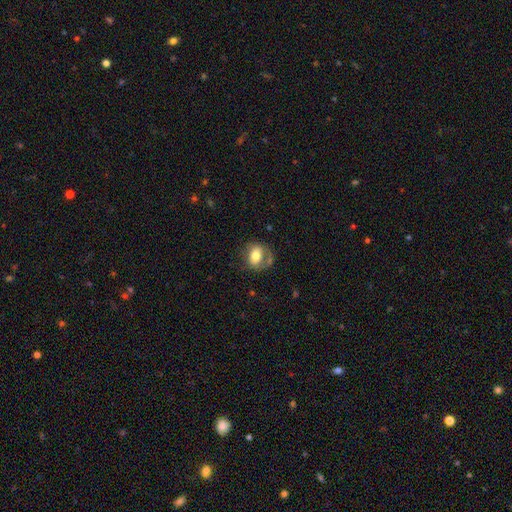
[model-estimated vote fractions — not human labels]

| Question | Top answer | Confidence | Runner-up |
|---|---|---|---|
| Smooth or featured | smooth | 66% | featured or disk (26%) |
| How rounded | in between | 58% | round (41%) |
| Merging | none | 52% | minor disturbance (23%) |